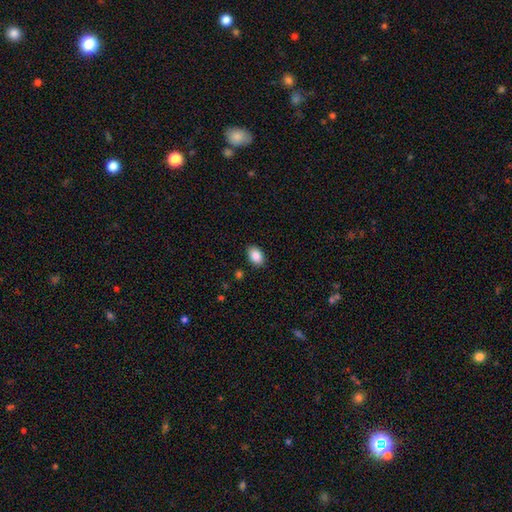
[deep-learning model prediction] This is clearly a smooth galaxy (87%). How rounded: clearly in between (88%). Merging: clearly none (88%).